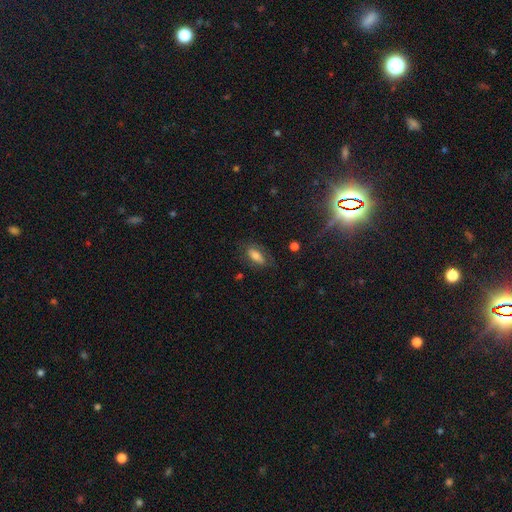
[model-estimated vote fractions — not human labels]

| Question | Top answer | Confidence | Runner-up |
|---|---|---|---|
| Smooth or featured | smooth | 71% | featured or disk (21%) |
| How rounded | in between | 81% | cigar-shaped (15%) |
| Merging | none | 71% | minor disturbance (19%) |